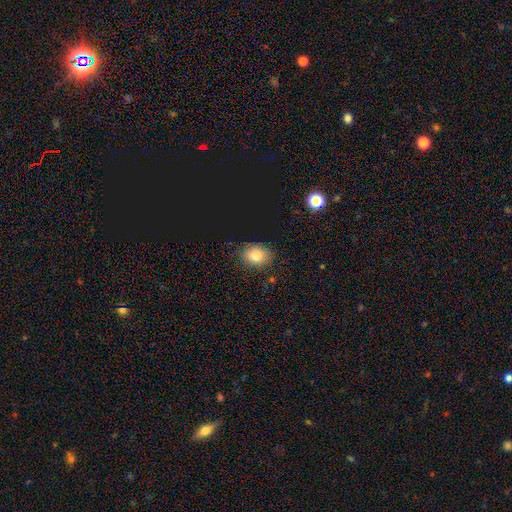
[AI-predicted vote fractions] This is likely a smooth galaxy (76%). How rounded: possibly in between (58%). Merging: clearly none (82%).